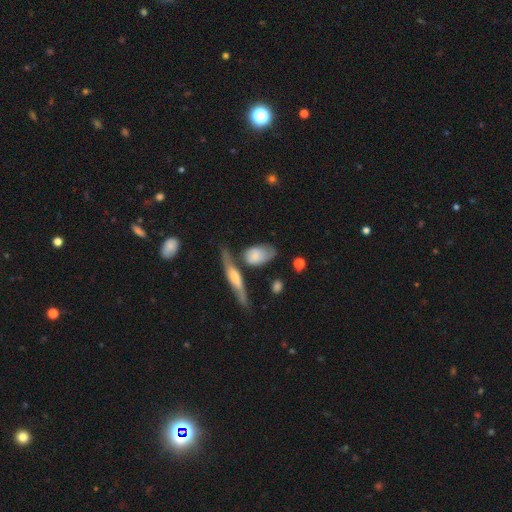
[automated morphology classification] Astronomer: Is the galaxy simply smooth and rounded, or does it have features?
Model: smooth — 60%.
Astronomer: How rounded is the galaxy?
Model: in between — 84%.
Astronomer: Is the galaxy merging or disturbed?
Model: none — 45% (runner-up: minor disturbance, 25%).